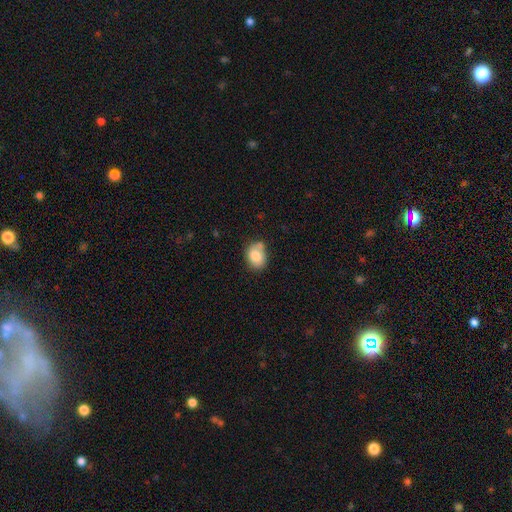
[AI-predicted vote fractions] Morphology: type=smooth (79%); roundness=in between (60%); merging=none (54%).